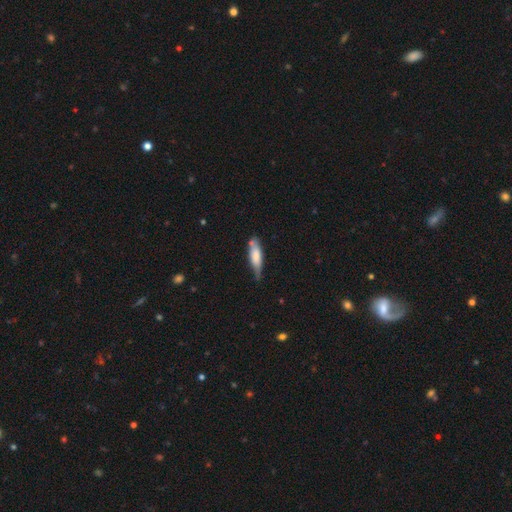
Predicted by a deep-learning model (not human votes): A smooth galaxy with no disk features (66%) that is cigar-shaped (64%). Merging: none (55%).